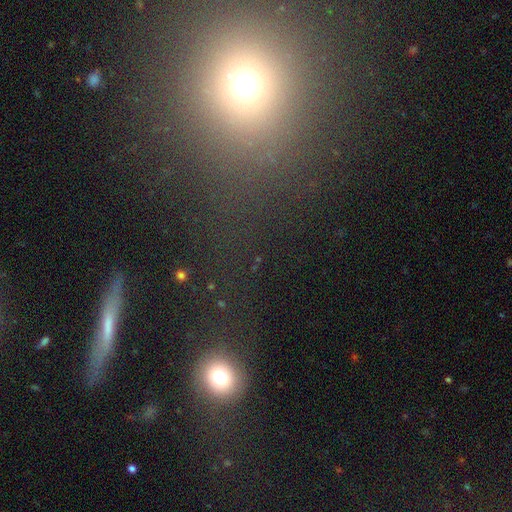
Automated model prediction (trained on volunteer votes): Overall: smooth (47%; star or artifact 38%). Merging: none (77%).